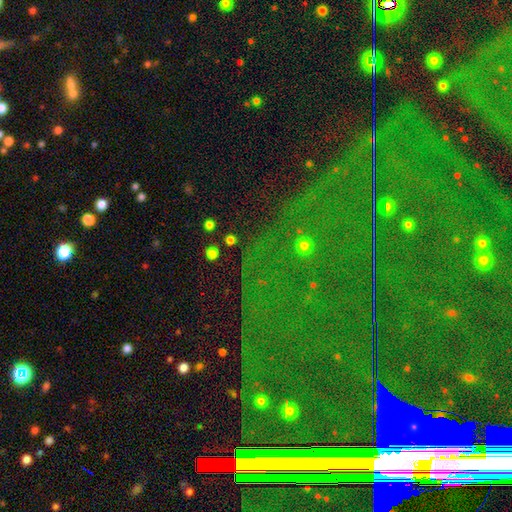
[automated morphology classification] Smooth or featured: star or artifact — 82% (featured or disk — 9%)